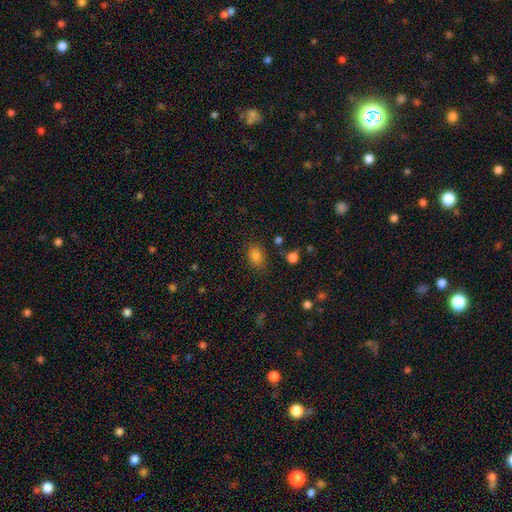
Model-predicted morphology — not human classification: smooth_or_featured: smooth (p=0.81) [alt: star or artifact p=0.14]
how_rounded: in between (p=0.72) [alt: round p=0.27]
merging: none (p=0.82) [alt: minor disturbance p=0.12]